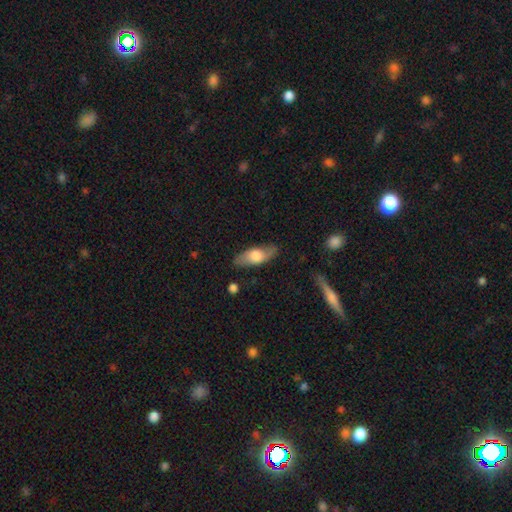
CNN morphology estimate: Q: Smooth or featured?
A: smooth (59%); runner-up: featured or disk (35%)
Q: How rounded?
A: in between (75%); runner-up: cigar-shaped (22%)
Q: Merging?
A: none (79%); runner-up: minor disturbance (15%)